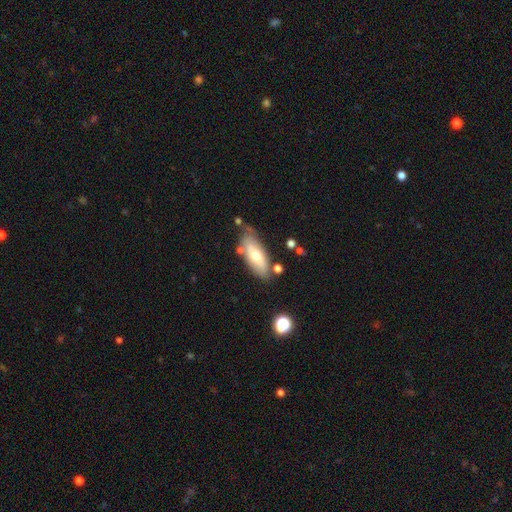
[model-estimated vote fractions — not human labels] This appears to be a smooth galaxy with no disk features (62%) that is in between round and cigar-shaped (75%). Merging: none (68%).